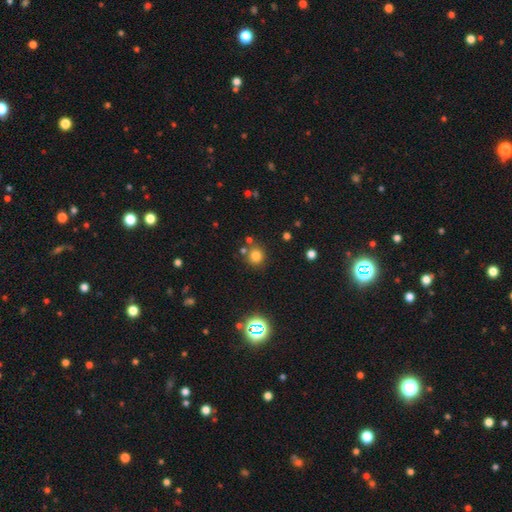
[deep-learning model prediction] Smooth or featured: smooth — 76% (star or artifact — 18%)
How rounded: round — 91% (in between — 9%)
Merging: none — 78% (merger — 10%)